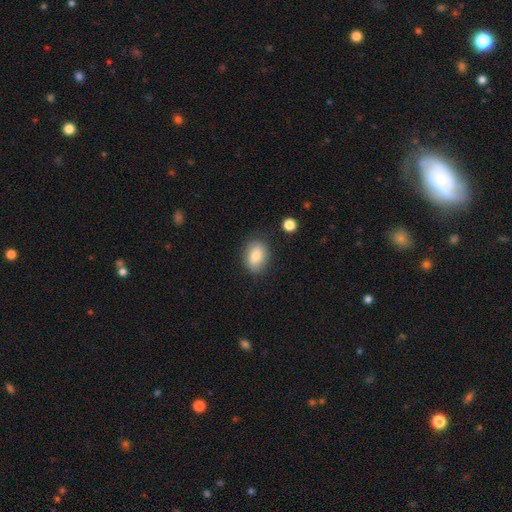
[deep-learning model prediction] smooth-or-featured: smooth: 82% | featured or disk: 10% | star or artifact: 8%
  how-rounded: in between: 76% | round: 23% | cigar-shaped: 1%
  merging: none: 81% | minor disturbance: 13% | major disturbance: 4% | merger: 2%